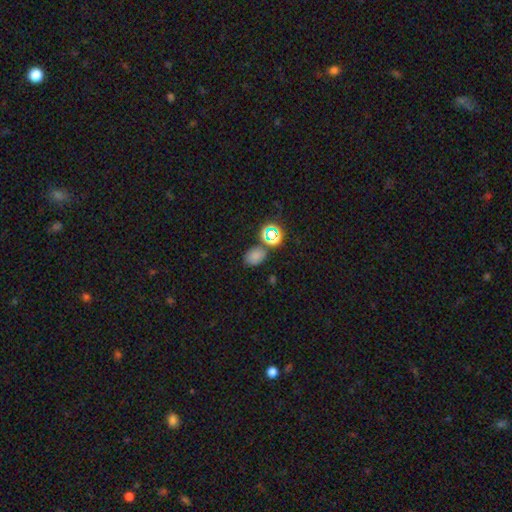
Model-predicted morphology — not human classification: smooth 71%, star or artifact 22%, featured or disk 7%. Down the decision tree: how rounded — in between (71%); merging — none (69%).